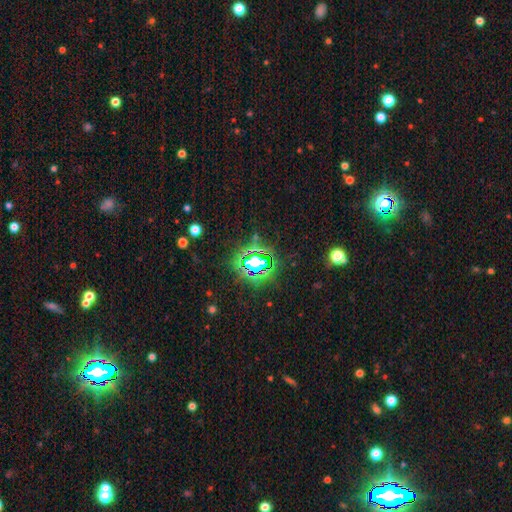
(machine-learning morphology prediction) smooth-or-featured: star or artifact: 81% | smooth: 12% | featured or disk: 7%